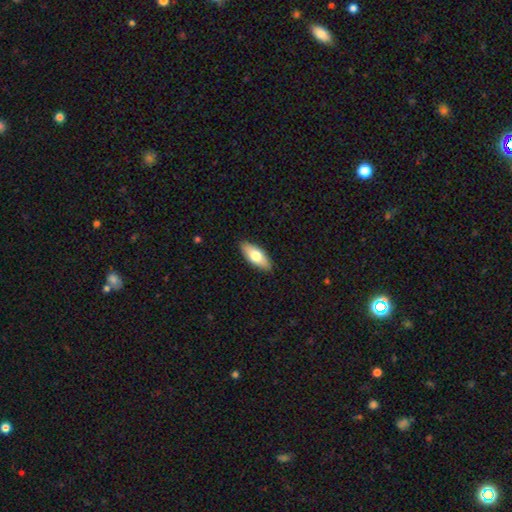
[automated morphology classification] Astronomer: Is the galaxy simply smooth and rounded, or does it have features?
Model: smooth — 72%.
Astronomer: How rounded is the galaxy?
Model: in between — 81%.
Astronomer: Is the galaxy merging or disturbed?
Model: none — 89%.